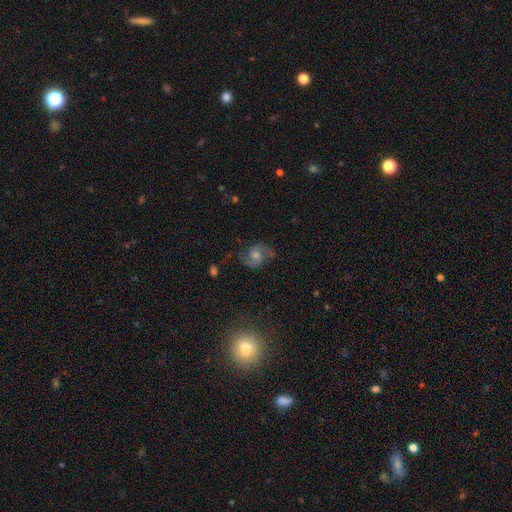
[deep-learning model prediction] Overall: featured or disk (77%). Edge-on disk: no (98%). Bar: no (53%; weak 39%). Spiral arms: yes (95%). Spiral arm count: 2 (90%). Spiral winding: medium (53%; loose 30%). Bulge size: moderate (56%; small 27%). Merging: none (77%).